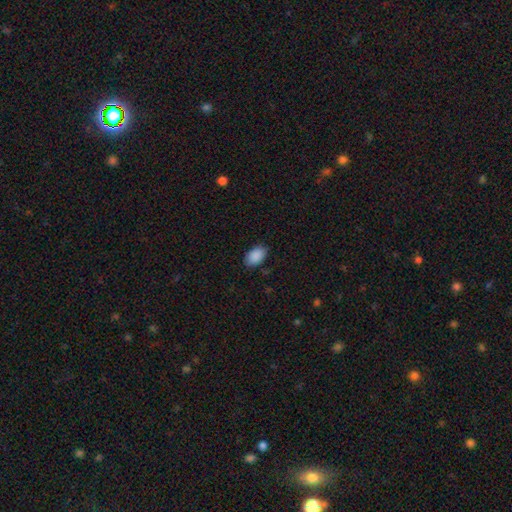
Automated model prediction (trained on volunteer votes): Q: Smooth or featured?
A: smooth (90%); runner-up: star or artifact (7%)
Q: How rounded?
A: in between (92%); runner-up: round (7%)
Q: Merging?
A: none (85%); runner-up: minor disturbance (12%)